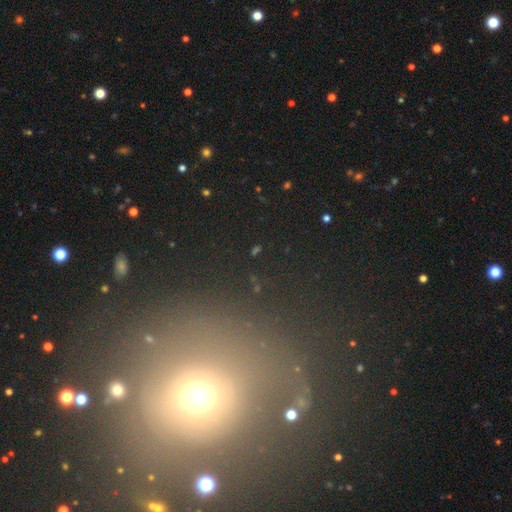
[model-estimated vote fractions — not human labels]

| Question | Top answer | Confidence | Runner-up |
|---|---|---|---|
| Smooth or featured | star or artifact | 47% | smooth (36%) |